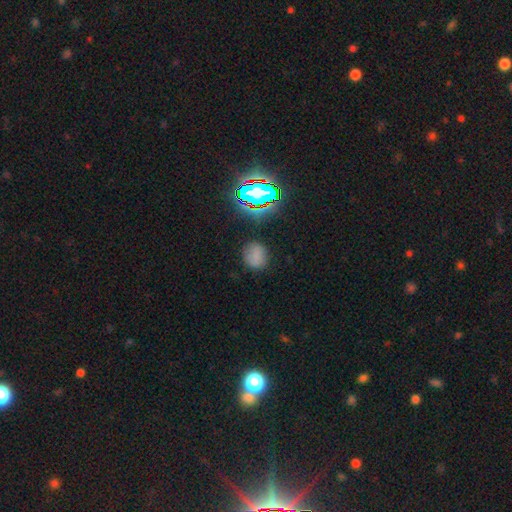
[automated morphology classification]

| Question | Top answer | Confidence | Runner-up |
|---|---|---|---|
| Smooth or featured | smooth | 68% | star or artifact (21%) |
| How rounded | round | 67% | in between (31%) |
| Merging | none | 81% | minor disturbance (13%) |